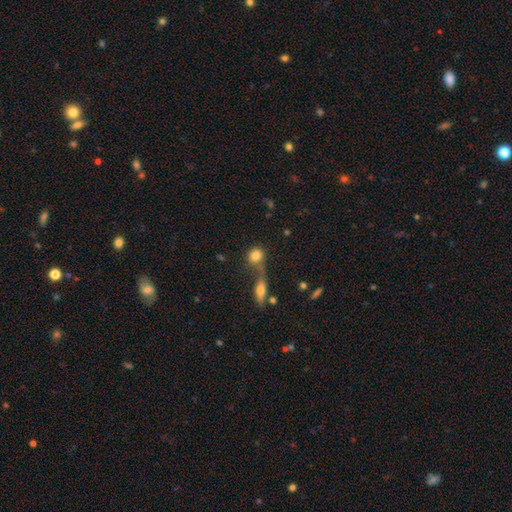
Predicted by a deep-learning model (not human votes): This appears to be a smooth galaxy with no disk features (80%) that is round (75%). Merging: none (47%).